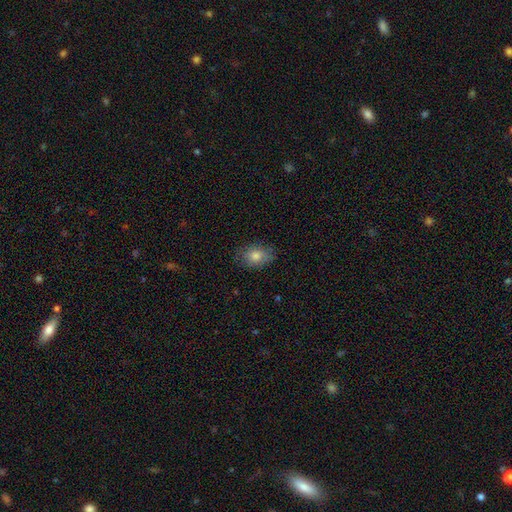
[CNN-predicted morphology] Smooth or featured? Predicted: smooth (p=0.76). How rounded? Predicted: in between (p=0.75). Merging? Predicted: none (p=0.80).